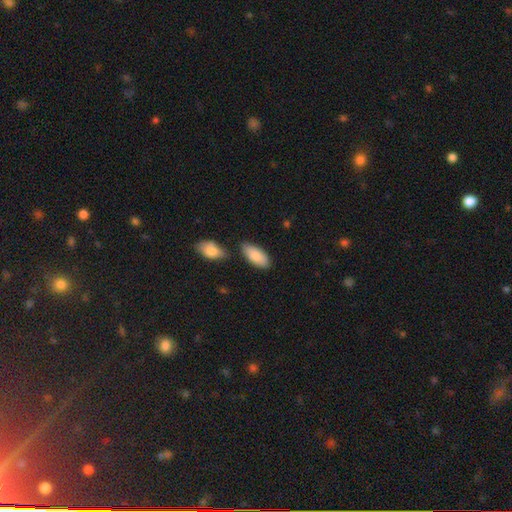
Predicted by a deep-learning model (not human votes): smooth-or-featured: smooth: 87% | featured or disk: 7% | star or artifact: 5%
  how-rounded: in between: 90% | cigar-shaped: 8% | round: 2%
  merging: none: 70% | minor disturbance: 16% | merger: 10% | major disturbance: 4%